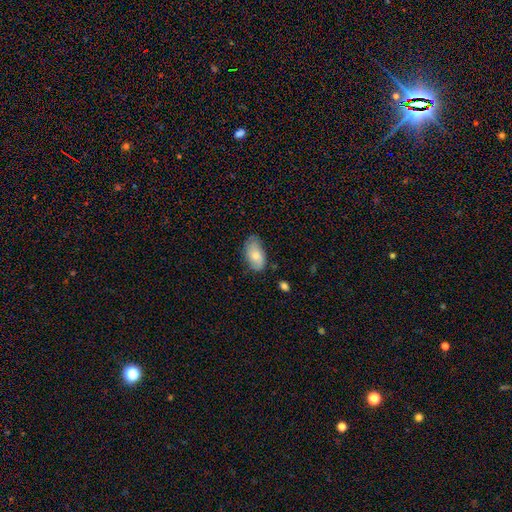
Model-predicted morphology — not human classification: The model was most divided on "merging": none: 66%, minor disturbance: 27%, major disturbance: 5%, merger: 2%. More confident: how rounded — in between (94%); smooth or featured — smooth (75%).